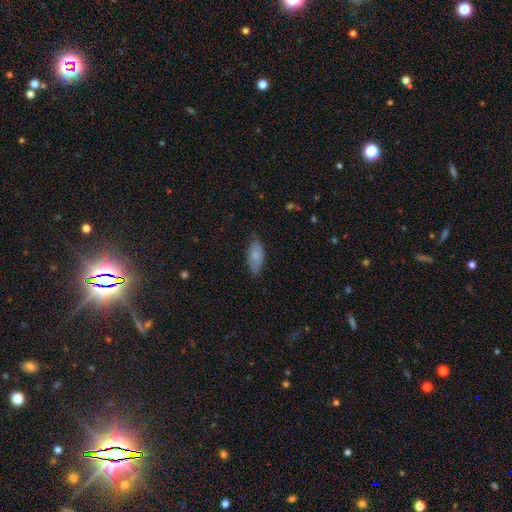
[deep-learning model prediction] Smooth or featured? smooth (78%)
How rounded? in between (88%)
Merging? none (70%)